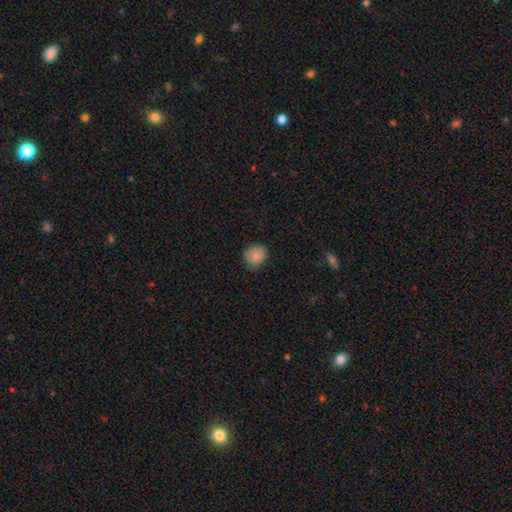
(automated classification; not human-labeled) A smooth galaxy with no disk features (83%) that is round (74%).

Vote fractions:
- Smooth or featured? smooth: 83% / star or artifact: 9% / featured or disk: 9%
- How rounded? round: 74% / in between: 25% / cigar-shaped: 1%
- Merging? none: 71% / minor disturbance: 24% / major disturbance: 4% / merger: 1%